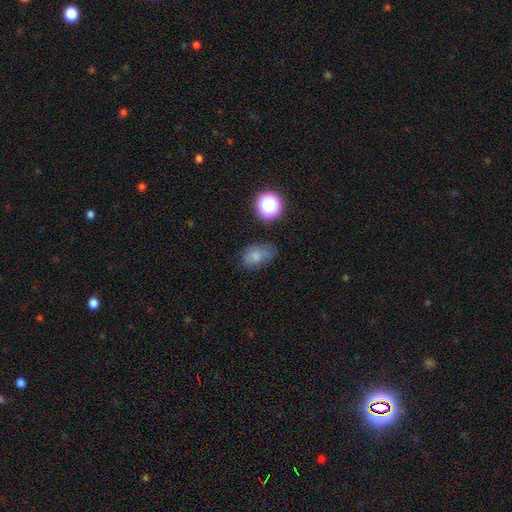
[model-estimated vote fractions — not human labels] The model was most divided on "merging": none: 53%, minor disturbance: 32%, major disturbance: 12%, merger: 3%. More confident: how rounded — in between (79%); smooth or featured — smooth (75%).